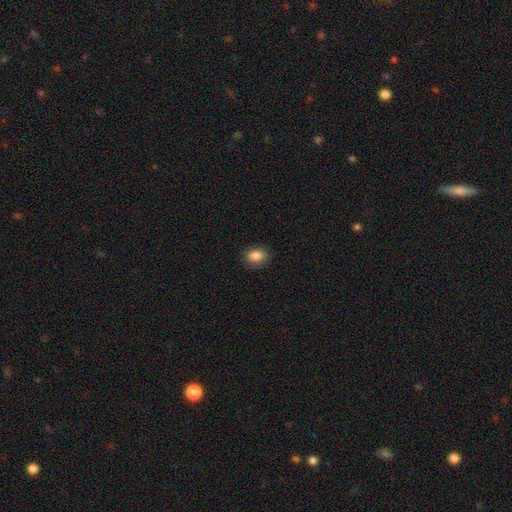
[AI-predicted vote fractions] smooth-or-featured: smooth: 86% | star or artifact: 8% | featured or disk: 5%
  how-rounded: in between: 69% | round: 30% | cigar-shaped: 1%
  merging: none: 85% | minor disturbance: 11% | major disturbance: 3% | merger: 1%